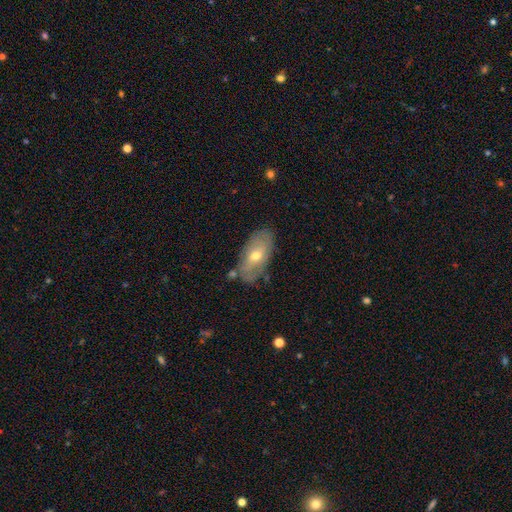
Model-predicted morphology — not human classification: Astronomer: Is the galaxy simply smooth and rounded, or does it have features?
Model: featured or disk — 51% (runner-up: smooth, 42%).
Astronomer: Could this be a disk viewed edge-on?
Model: no — 84%.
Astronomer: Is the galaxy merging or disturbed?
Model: none — 73%.